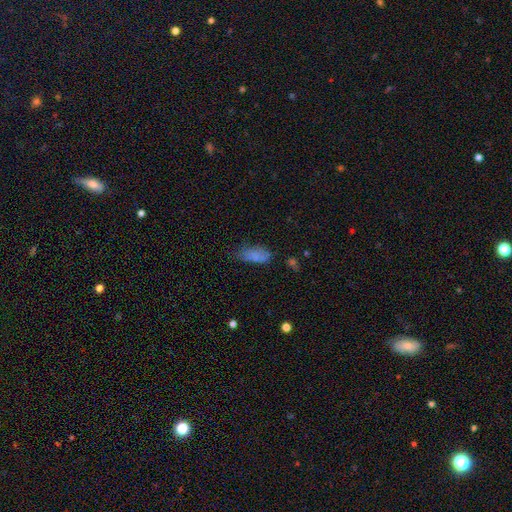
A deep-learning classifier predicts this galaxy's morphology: This is likely a smooth galaxy (73%). How rounded: clearly in between (84%). Merging: possibly none (47%).